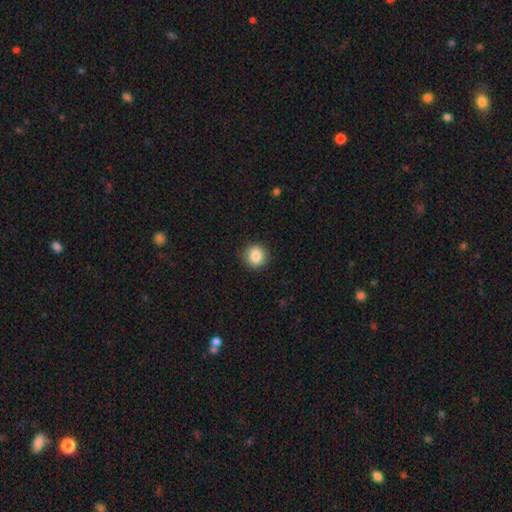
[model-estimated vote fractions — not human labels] The model was most divided on "smooth or featured": smooth: 86%, star or artifact: 9%, featured or disk: 5%. More confident: how rounded — round (91%); merging — none (90%).